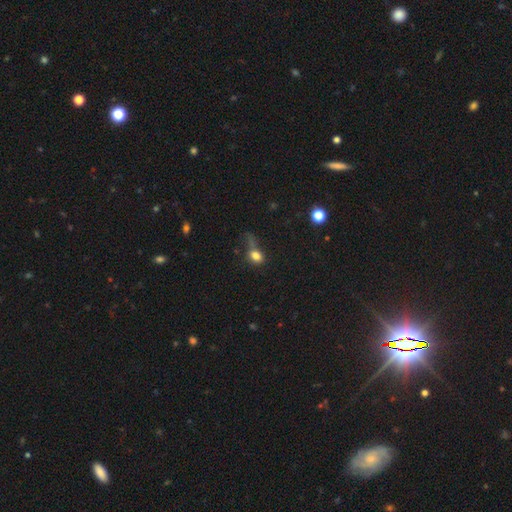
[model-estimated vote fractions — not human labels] Smooth or featured? Predicted: smooth (p=0.77). How rounded? Predicted: in between (p=0.60). Merging? Predicted: none (p=0.34).